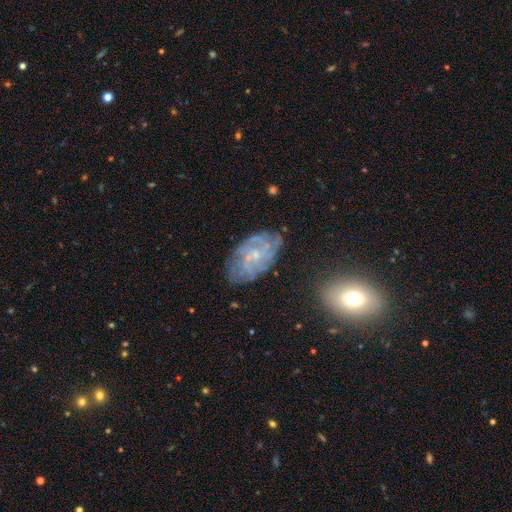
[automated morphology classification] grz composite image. It shows a featured or disk galaxy (77%) with no bar (69%), tight (53%) spiral arms (89%) and a small central bulge (76%). Merging: none (72%).